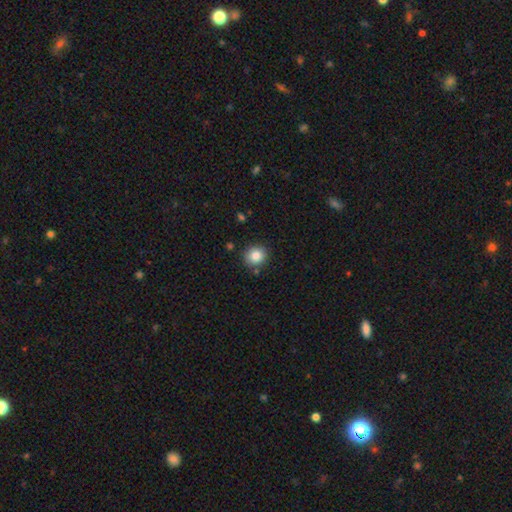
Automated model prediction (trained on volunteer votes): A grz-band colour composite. It shows a smooth galaxy with no disk features (85%) that is round (86%). Merging: none (85%).